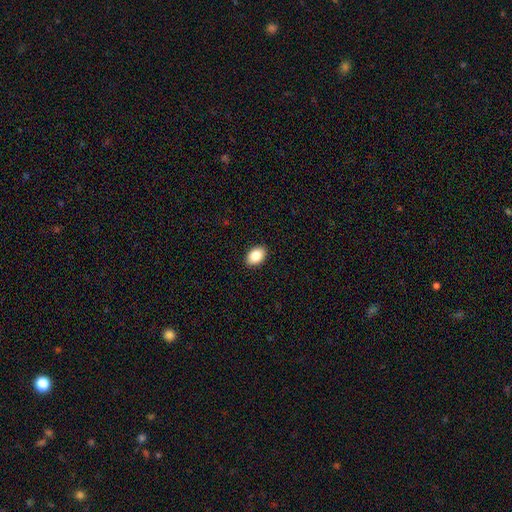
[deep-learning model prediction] Smooth or featured? Predicted: smooth (p=0.87). How rounded? Predicted: in between (p=0.84). Merging? Predicted: none (p=0.91).